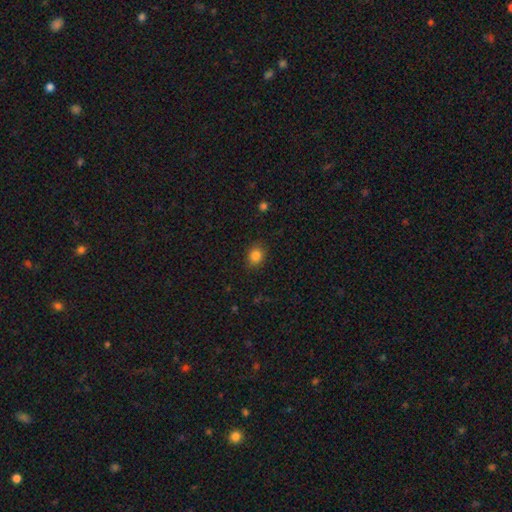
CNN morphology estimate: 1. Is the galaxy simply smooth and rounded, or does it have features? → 84% smooth, 11% star or artifact, 5% featured or disk.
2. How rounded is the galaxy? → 62% round, 38% in between, 1% cigar-shaped.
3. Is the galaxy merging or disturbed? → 88% none, 9% minor disturbance, 3% major disturbance, 1% merger.